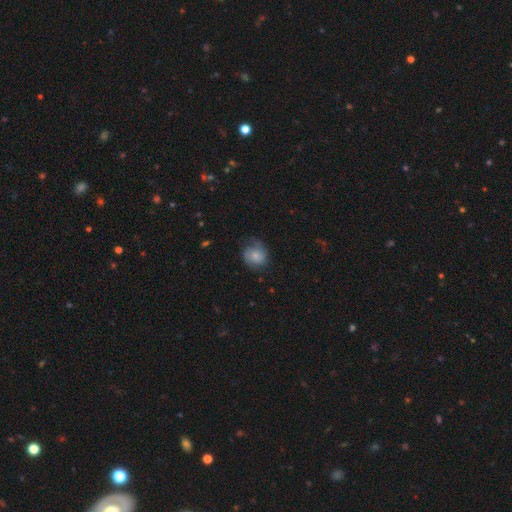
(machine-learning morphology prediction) A smooth galaxy with no disk features (62%) that is round (75%). Merging: none (61%).